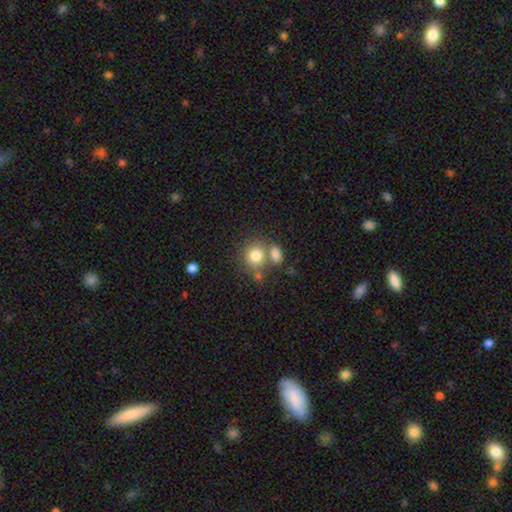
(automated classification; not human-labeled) This appears to be a smooth galaxy with no disk features (80%) that is round (79%). Merging: none (50%).